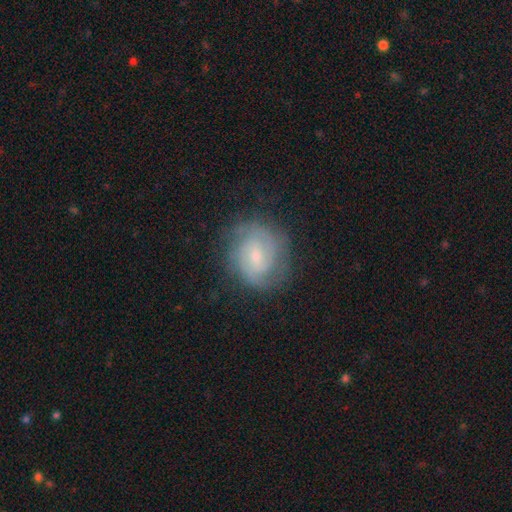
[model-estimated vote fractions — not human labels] Smooth or featured? featured or disk (73%)
Edge-on disk? no (98%)
Bar? weak (56%)
Spiral arms? yes (92%)
Spiral winding? tight (53%)
Spiral arm count? 2 (52%)
Bulge size? small (61%)
Merging? none (75%)